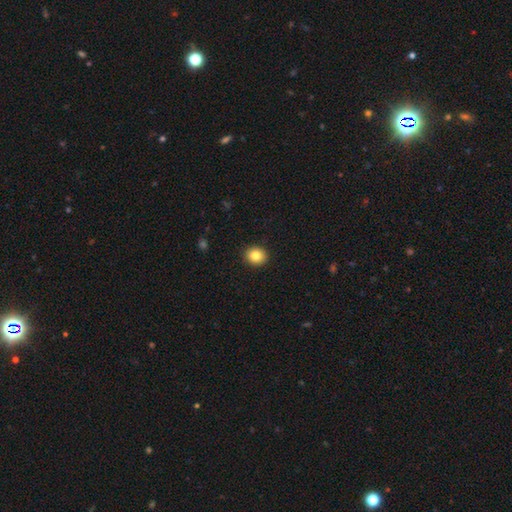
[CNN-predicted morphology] Q: Smooth or featured?
A: smooth (84%); runner-up: star or artifact (9%)
Q: How rounded?
A: round (74%); runner-up: in between (25%)
Q: Merging?
A: none (92%); runner-up: minor disturbance (6%)